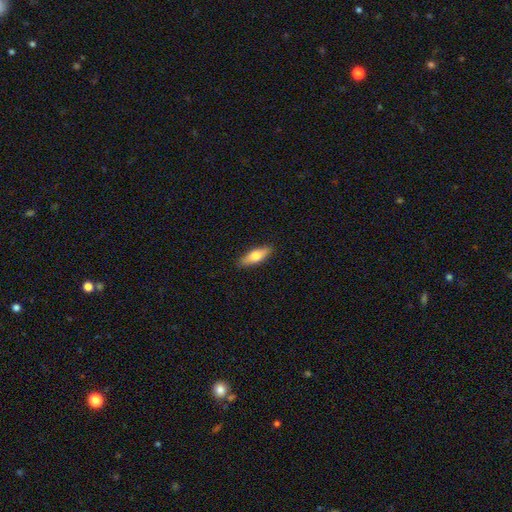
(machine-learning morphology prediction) smooth 69%, featured or disk 26%, star or artifact 6%. Down the decision tree: how rounded — in between (57%); merging — none (89%).